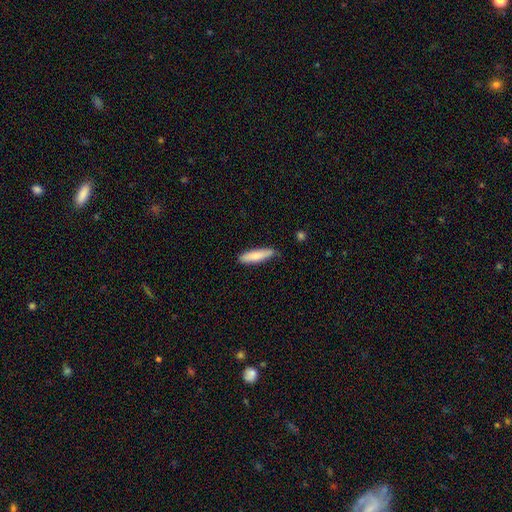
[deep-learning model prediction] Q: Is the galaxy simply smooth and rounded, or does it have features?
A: smooth — 77%.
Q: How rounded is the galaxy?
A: cigar-shaped — 71%.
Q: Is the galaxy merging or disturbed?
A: none — 76%.